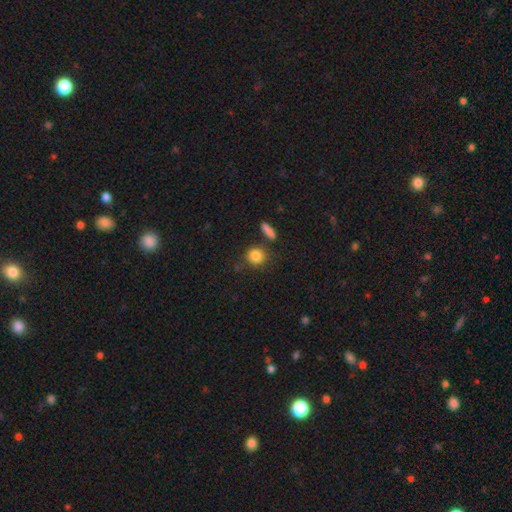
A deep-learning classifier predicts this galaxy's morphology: Smooth or featured: smooth — 85% (star or artifact — 9%)
How rounded: round — 84% (in between — 13%)
Merging: none — 77% (minor disturbance — 10%)